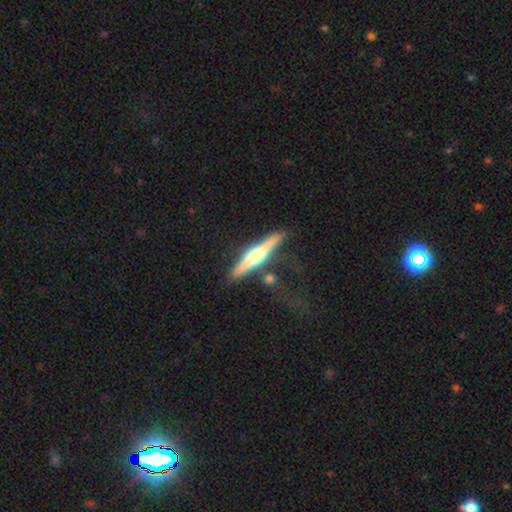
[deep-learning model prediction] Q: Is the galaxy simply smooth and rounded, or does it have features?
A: featured or disk — 69%.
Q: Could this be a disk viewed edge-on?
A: yes — 96%.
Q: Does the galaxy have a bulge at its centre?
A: rounded — 85%.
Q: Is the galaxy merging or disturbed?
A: none — 72%.